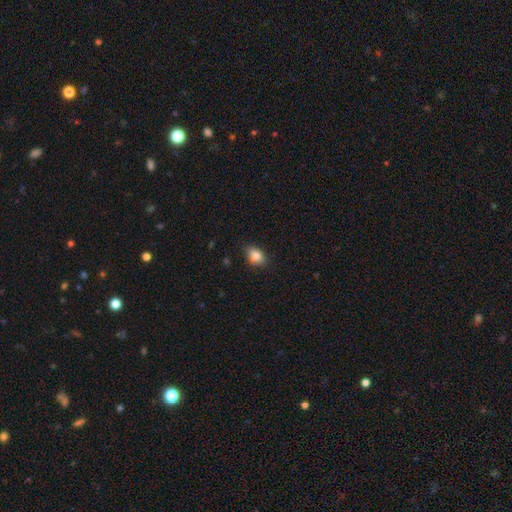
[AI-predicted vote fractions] smooth-or-featured: smooth: 85% | star or artifact: 9% | featured or disk: 6%
  how-rounded: in between: 69% | round: 29% | cigar-shaped: 1%
  merging: none: 79% | minor disturbance: 17% | major disturbance: 3% | merger: 1%